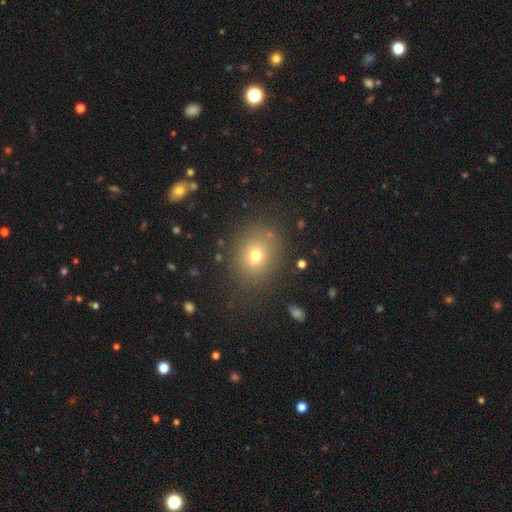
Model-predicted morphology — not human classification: Q: Smooth or featured?
A: smooth (70%); runner-up: star or artifact (17%)
Q: How rounded?
A: round (60%); runner-up: in between (40%)
Q: Merging?
A: none (82%); runner-up: minor disturbance (11%)